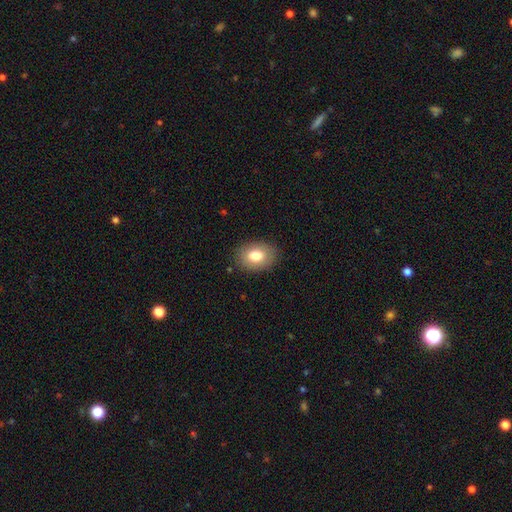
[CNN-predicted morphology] Q: Smooth or featured?
A: smooth (79%); runner-up: featured or disk (12%)
Q: How rounded?
A: in between (73%); runner-up: round (26%)
Q: Merging?
A: none (86%); runner-up: minor disturbance (10%)